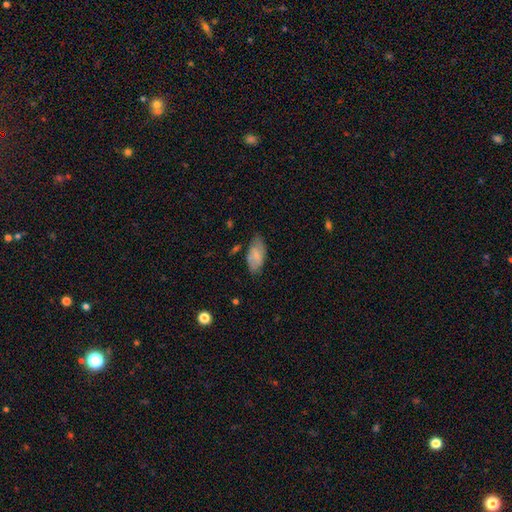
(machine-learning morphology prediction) This appears to be a smooth galaxy with no disk features (63%) that is in between round and cigar-shaped (93%). Merging: none (67%).